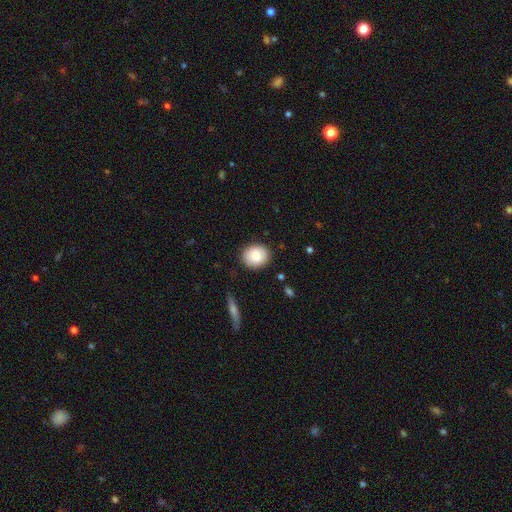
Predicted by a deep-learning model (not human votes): The model was most divided on "how rounded": round: 63%, in between: 36%, cigar-shaped: 1%. More confident: merging — none (87%); smooth or featured — smooth (80%).